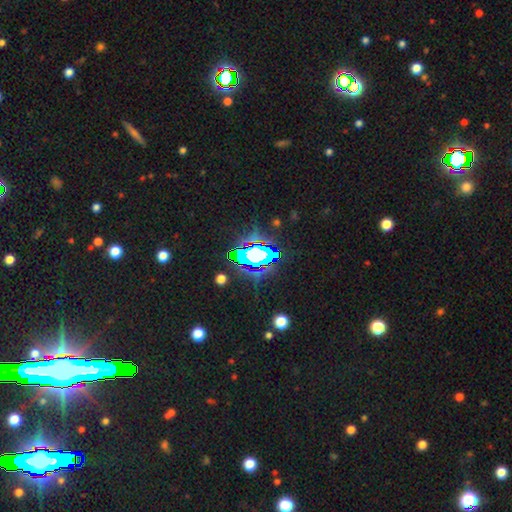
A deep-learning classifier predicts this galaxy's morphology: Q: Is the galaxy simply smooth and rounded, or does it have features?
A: star or artifact — 65%.